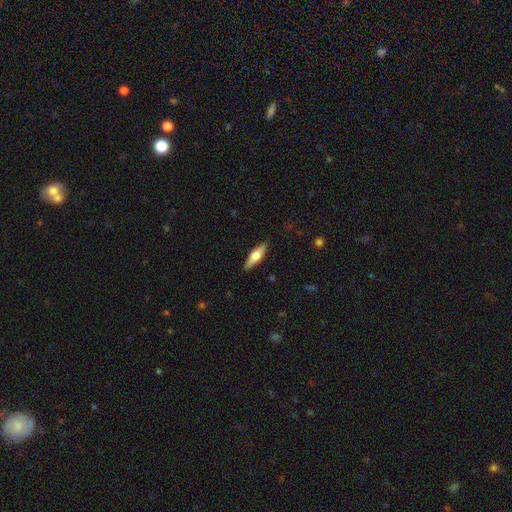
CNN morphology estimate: smooth_or_featured: smooth (p=0.47) [tied with: featured or disk p=0.47]
merging: none (p=0.89) [alt: minor disturbance p=0.08]